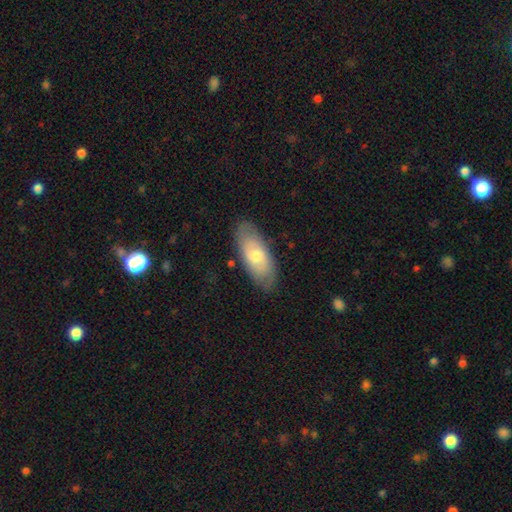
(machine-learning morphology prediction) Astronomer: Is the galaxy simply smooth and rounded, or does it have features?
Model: smooth — 60%.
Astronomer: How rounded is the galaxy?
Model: in between — 84%.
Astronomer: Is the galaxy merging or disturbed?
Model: none — 82%.